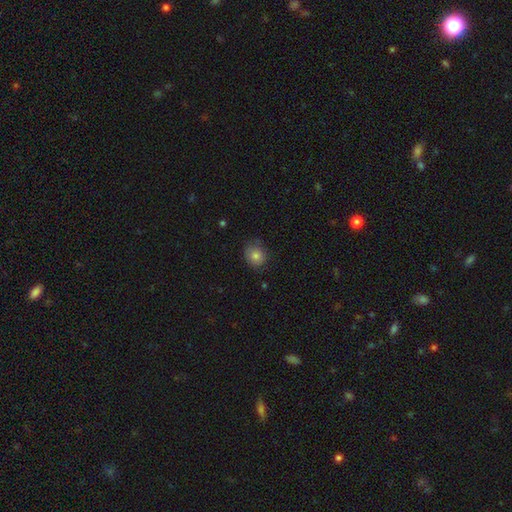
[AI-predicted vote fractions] Morphology: type=smooth (82%); roundness=round (76%); merging=none (76%).